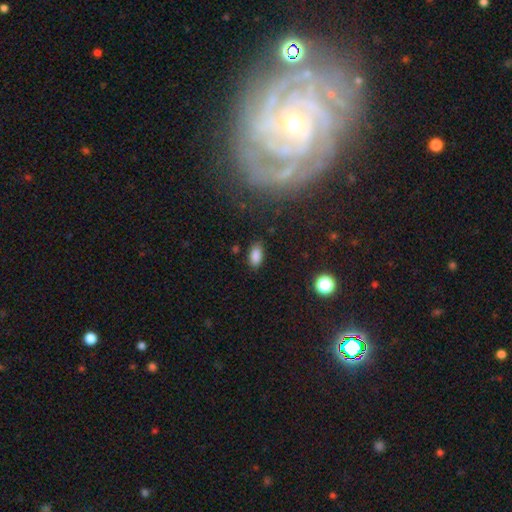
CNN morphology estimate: Overall: smooth (86%). How rounded: in between (93%). Merging: none (83%).